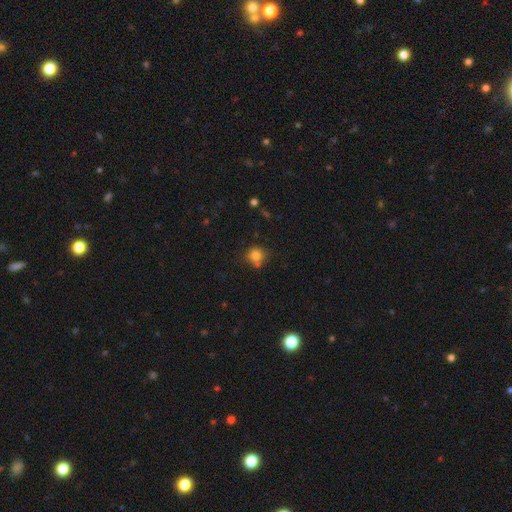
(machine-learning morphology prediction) Smooth or featured? Predicted: smooth (p=0.80). How rounded? Predicted: round (p=0.84). Merging? Predicted: none (p=0.63).